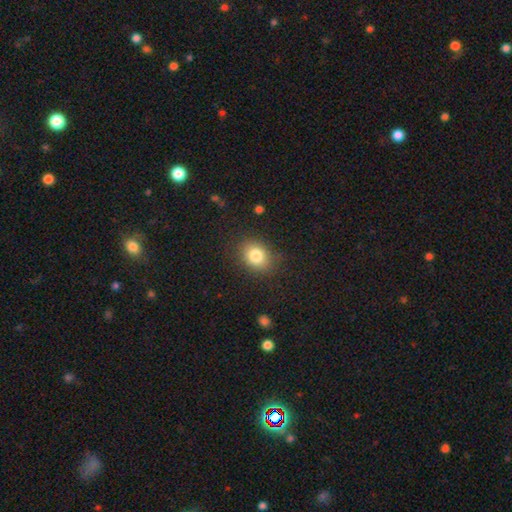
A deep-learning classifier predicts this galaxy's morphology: smooth-or-featured: smooth: 82% | star or artifact: 10% | featured or disk: 8%
  how-rounded: in between: 54% | round: 45% | cigar-shaped: 1%
  merging: none: 82% | minor disturbance: 12% | major disturbance: 4% | merger: 1%